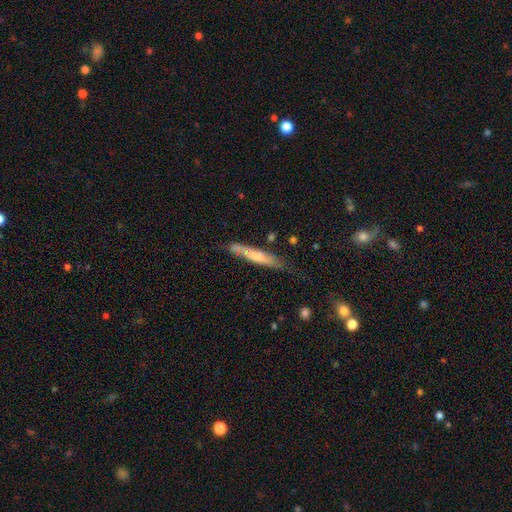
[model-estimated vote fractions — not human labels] Morphology: type=smooth (54%); roundness=cigar-shaped (91%); merging=none (62%).